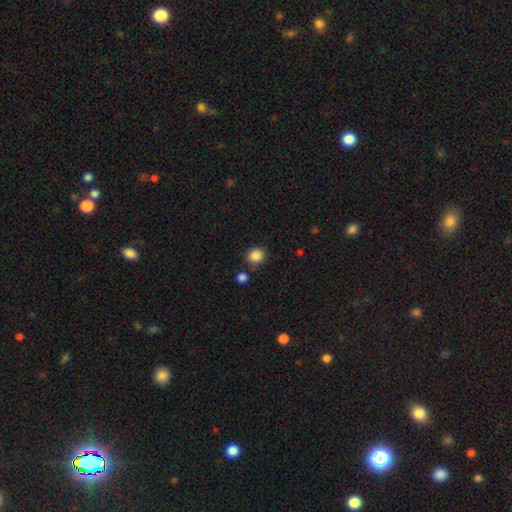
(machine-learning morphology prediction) This appears to be a smooth galaxy with no disk features (86%) that is round (82%). Merging: none (81%).